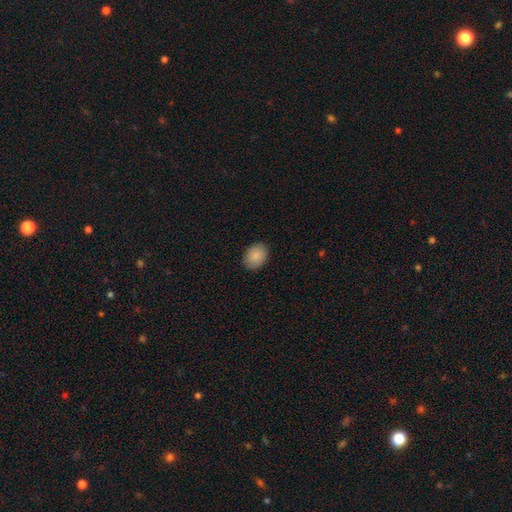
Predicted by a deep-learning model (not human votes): smooth 87%, star or artifact 7%, featured or disk 6%. Down the decision tree: how rounded — in between (72%); merging — none (88%).